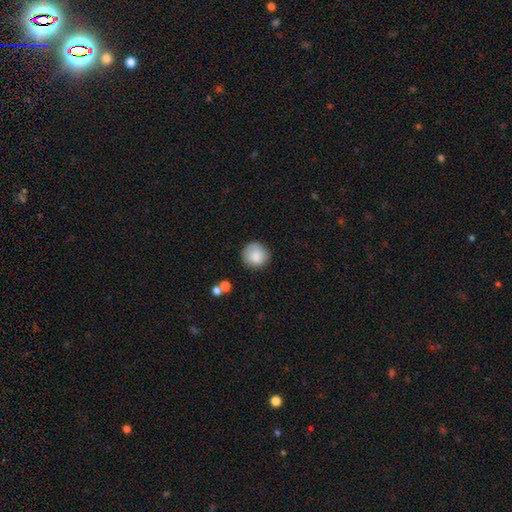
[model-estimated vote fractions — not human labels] This is clearly a smooth galaxy (85%). How rounded: clearly round (92%). Merging: clearly none (81%).